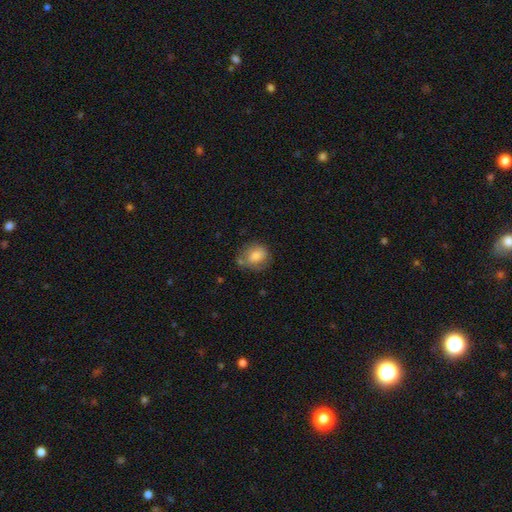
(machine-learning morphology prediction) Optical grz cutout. It shows a smooth galaxy with no disk features (76%) that is in between round and cigar-shaped (50%). Merging: none (57%).